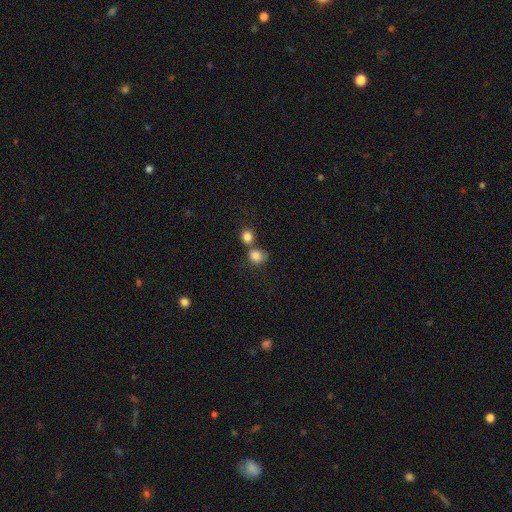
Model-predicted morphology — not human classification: smooth 83%, star or artifact 10%, featured or disk 7%. Down the decision tree: how rounded — round (75%); merging — none (43%).